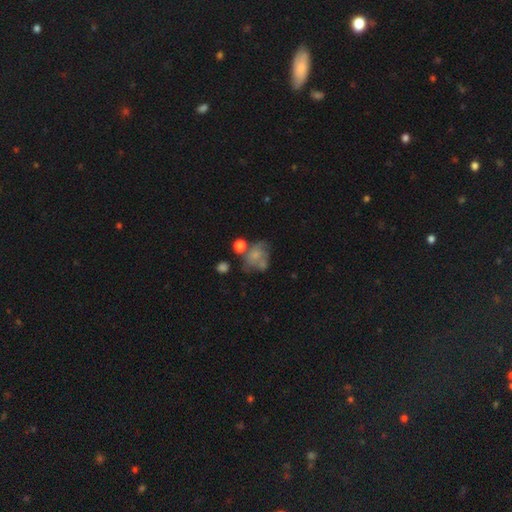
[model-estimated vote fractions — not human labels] smooth_or_featured: smooth (p=0.57) [alt: featured or disk p=0.31]
how_rounded: in between (p=0.50) [alt: round p=0.49]
merging: none (p=0.34) [alt: minor disturbance p=0.23]